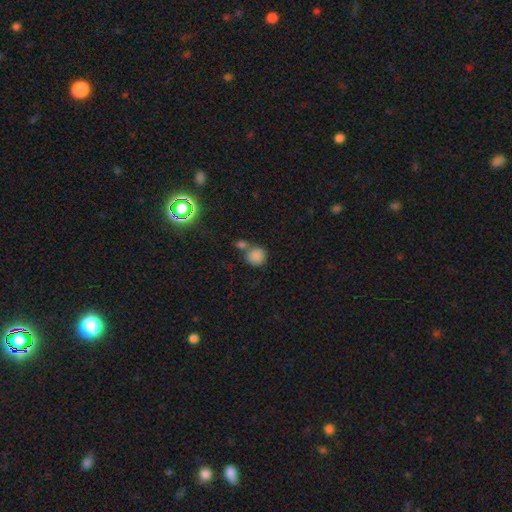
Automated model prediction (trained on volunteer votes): Smooth or featured? Predicted: smooth (p=0.83). How rounded? Predicted: round (p=0.88). Merging? Predicted: none (p=0.50).